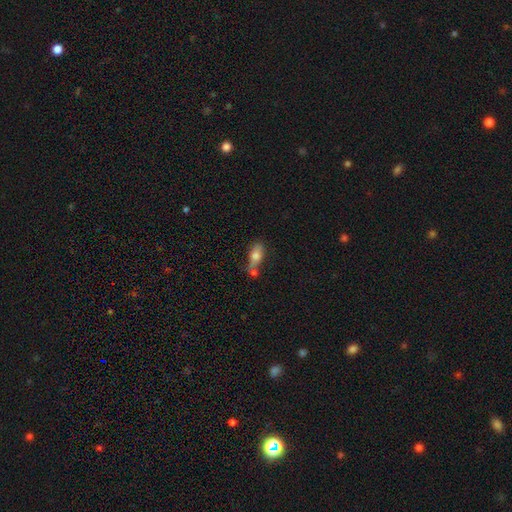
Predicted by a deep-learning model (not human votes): smooth 67%, featured or disk 24%, star or artifact 9%. Down the decision tree: how rounded — in between (71%); merging — merger (35%).